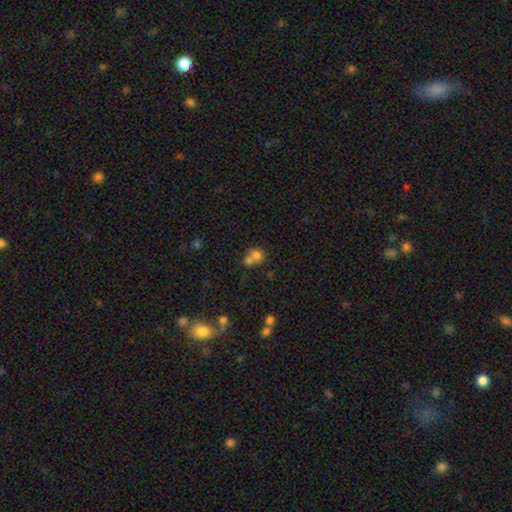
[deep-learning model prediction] smooth_or_featured: smooth (p=0.70) [alt: featured or disk p=0.17]
how_rounded: round (p=0.69) [alt: in between p=0.30]
merging: merger (p=0.63) [alt: none p=0.27]